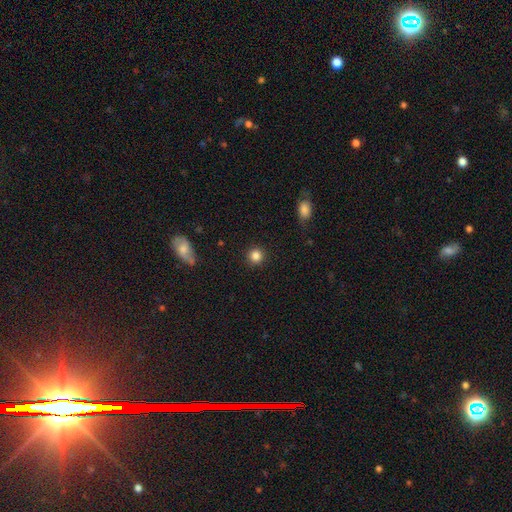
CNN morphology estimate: Smooth or featured? Predicted: smooth (p=0.85). How rounded? Predicted: round (p=0.94). Merging? Predicted: none (p=0.91).